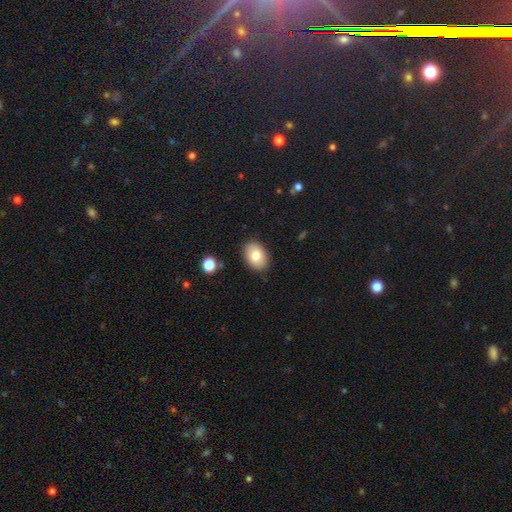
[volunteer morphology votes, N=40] Q: Smooth or featured?
A: smooth (85%); runner-up: featured or disk (8%)
Q: How rounded?
A: in between (82%); runner-up: round (18%)
Q: Merging?
A: none (78%); runner-up: minor disturbance (16%)